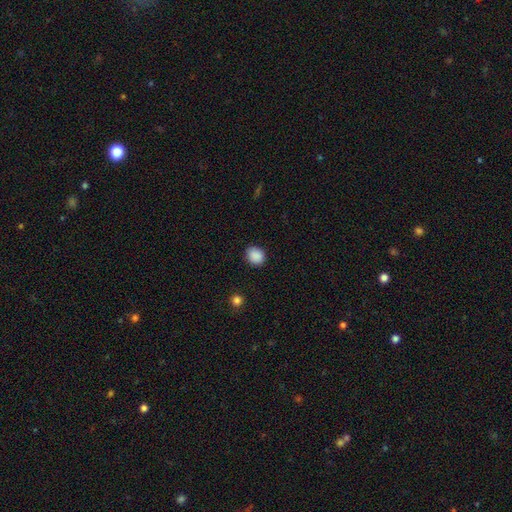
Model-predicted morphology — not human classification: Smooth or featured? Predicted: smooth (p=0.89). How rounded? Predicted: round (p=0.54). Merging? Predicted: none (p=0.86).